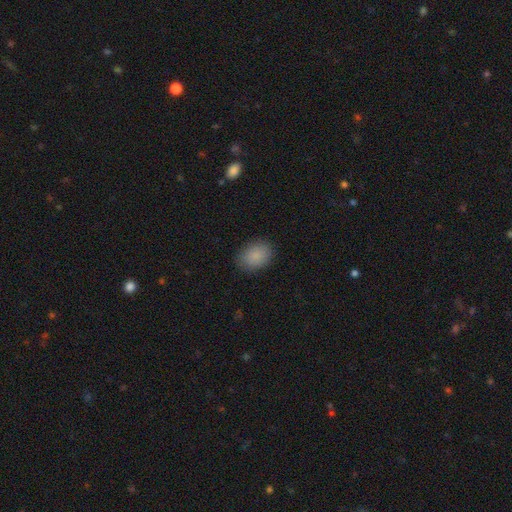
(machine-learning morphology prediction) The model was most divided on "how rounded": in between: 69%, round: 30%, cigar-shaped: 1%. More confident: smooth or featured — smooth (88%); merging — none (86%).